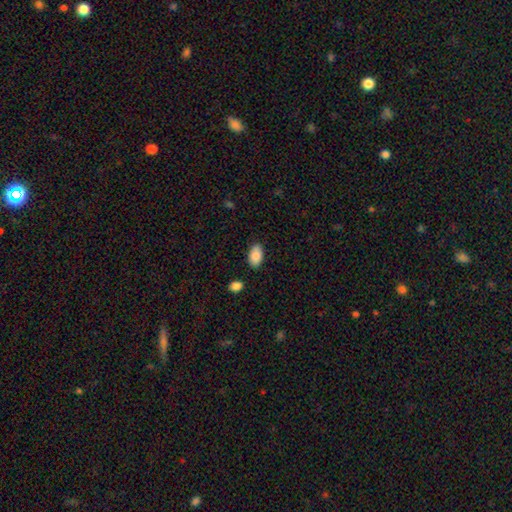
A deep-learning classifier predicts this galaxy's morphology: Q: Smooth or featured?
A: smooth (86%); runner-up: star or artifact (7%)
Q: How rounded?
A: in between (94%); runner-up: round (4%)
Q: Merging?
A: none (84%); runner-up: minor disturbance (11%)